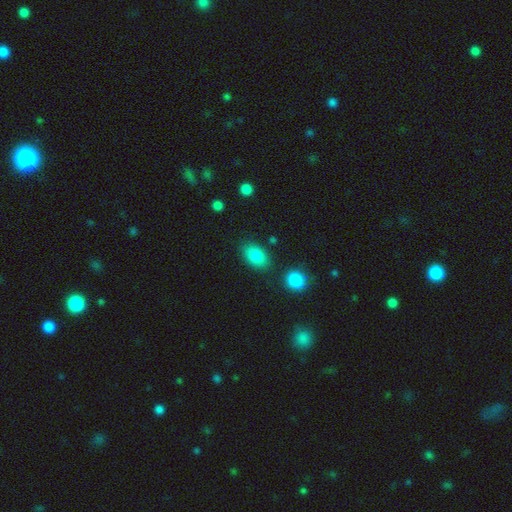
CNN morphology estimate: Smooth or featured? Predicted: smooth (p=0.85). How rounded? Predicted: in between (p=0.88). Merging? Predicted: none (p=0.78).